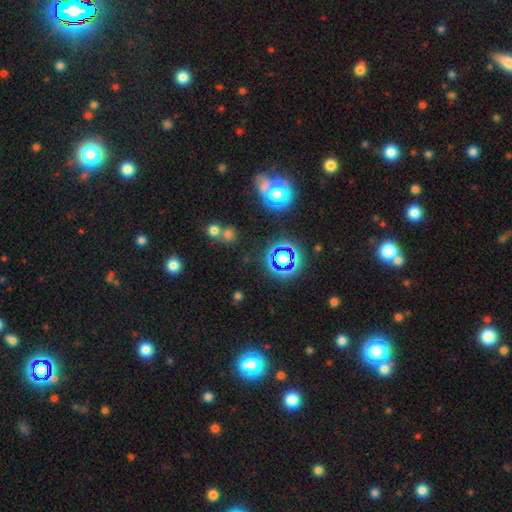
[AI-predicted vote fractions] Smooth or featured? star or artifact (61%)